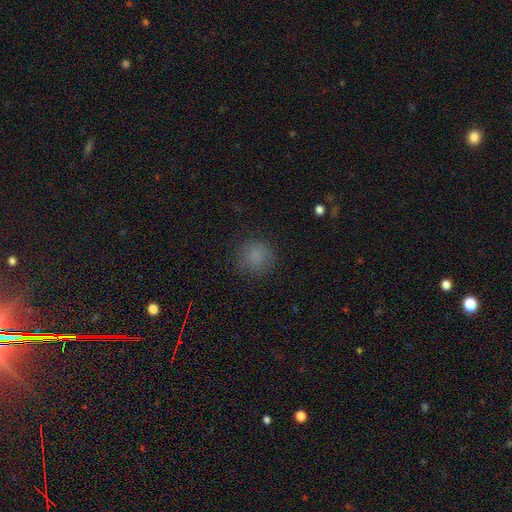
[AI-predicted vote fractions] Smooth or featured? smooth (81%)
How rounded? round (90%)
Merging? none (82%)